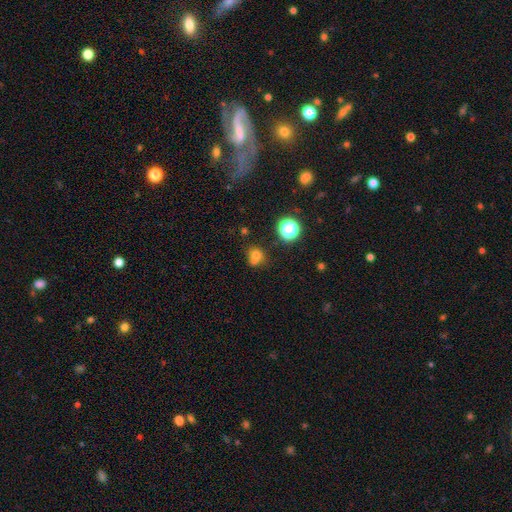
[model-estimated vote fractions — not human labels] This is likely a smooth galaxy (69%). How rounded: likely round (78%). Merging: possibly none (46%).